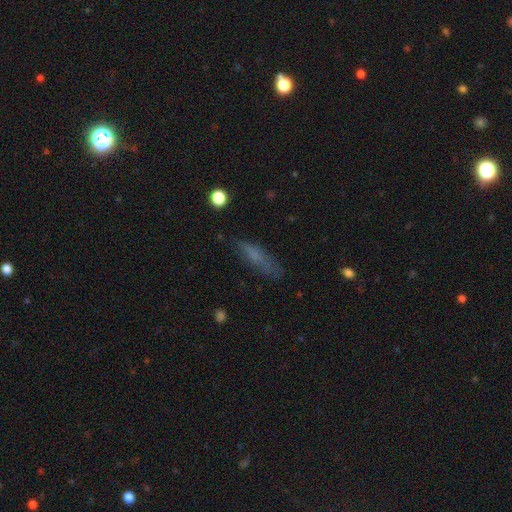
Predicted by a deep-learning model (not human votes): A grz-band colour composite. It shows a smooth galaxy with no disk features (63%) that is cigar-shaped (64%). Merging: none (67%).